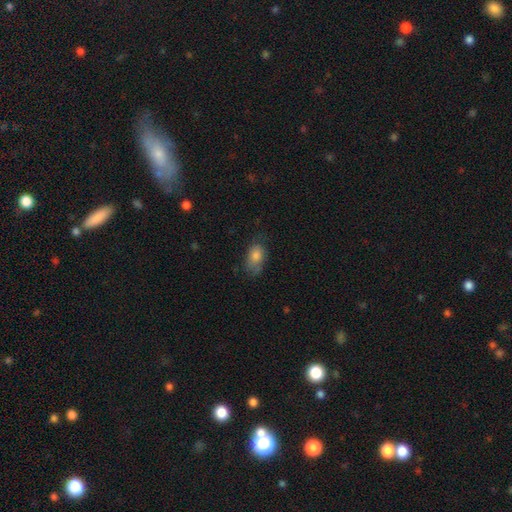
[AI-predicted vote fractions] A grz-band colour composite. It shows a smooth galaxy with no disk features (78%) that is in between round and cigar-shaped (86%). Merging: none (62%).